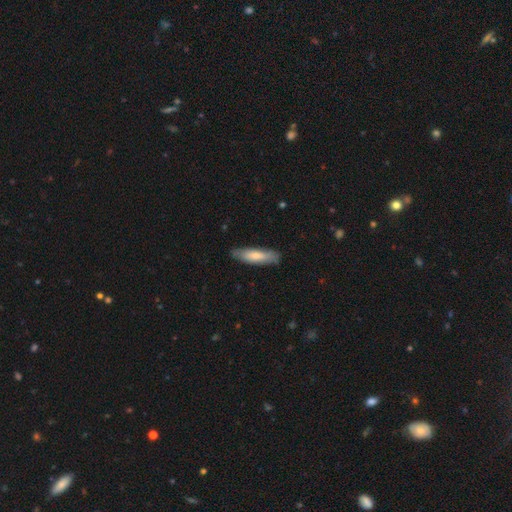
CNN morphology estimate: Smooth or featured? smooth (68%)
How rounded? cigar-shaped (66%)
Merging? none (82%)